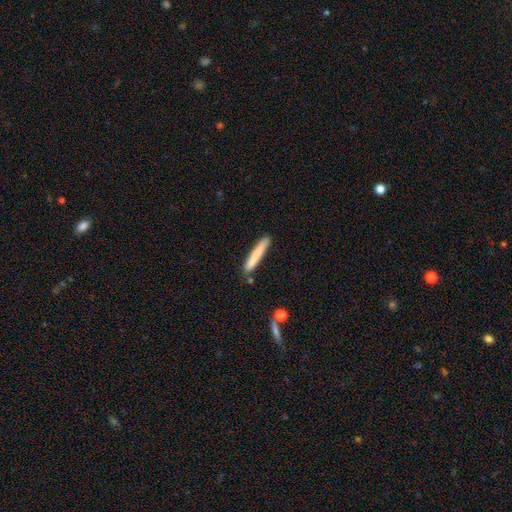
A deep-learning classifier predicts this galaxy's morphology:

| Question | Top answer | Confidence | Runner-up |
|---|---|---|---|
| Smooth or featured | smooth | 77% | featured or disk (17%) |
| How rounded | cigar-shaped | 95% | in between (4%) |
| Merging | none | 84% | minor disturbance (11%) |